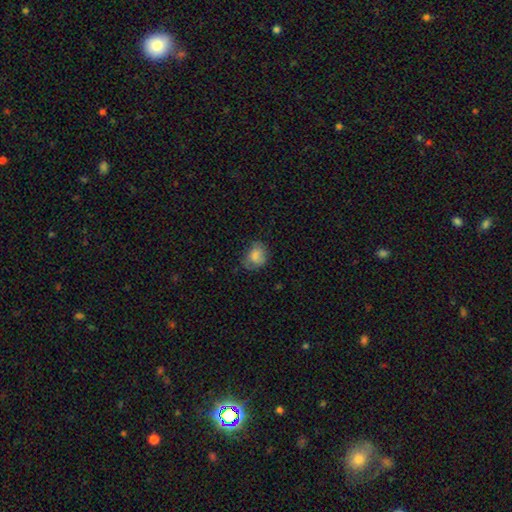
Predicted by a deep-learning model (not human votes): Overall: smooth (79%). How rounded: in between (54%; round 45%). Merging: none (55%; minor disturbance 30%).